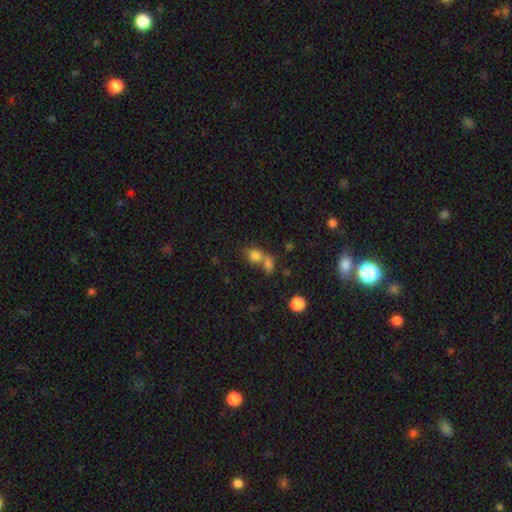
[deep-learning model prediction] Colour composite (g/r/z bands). It shows a smooth galaxy with no disk features (80%) that is round (57%). Merging: merger (47%).